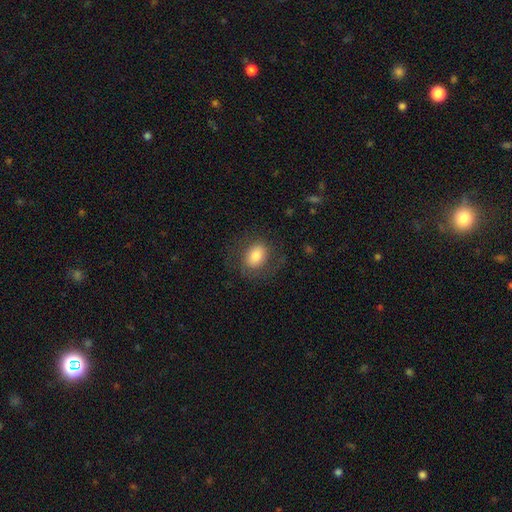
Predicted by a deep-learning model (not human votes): Overall: smooth (72%). How rounded: in between (69%; round 30%). Merging: none (72%).